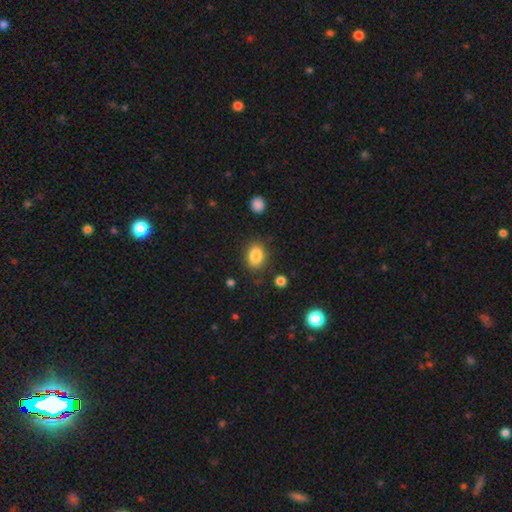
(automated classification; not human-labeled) This appears to be a smooth galaxy with no disk features (85%) that is in between round and cigar-shaped (68%). Merging: none (83%).